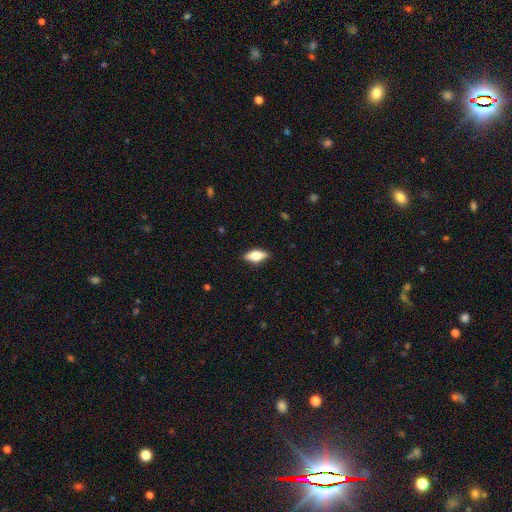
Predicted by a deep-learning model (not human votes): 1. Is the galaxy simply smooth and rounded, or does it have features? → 57% smooth, 36% featured or disk, 7% star or artifact.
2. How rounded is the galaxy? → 77% in between, 19% cigar-shaped, 4% round.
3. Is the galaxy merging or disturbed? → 87% none, 10% minor disturbance, 2% major disturbance, 1% merger.